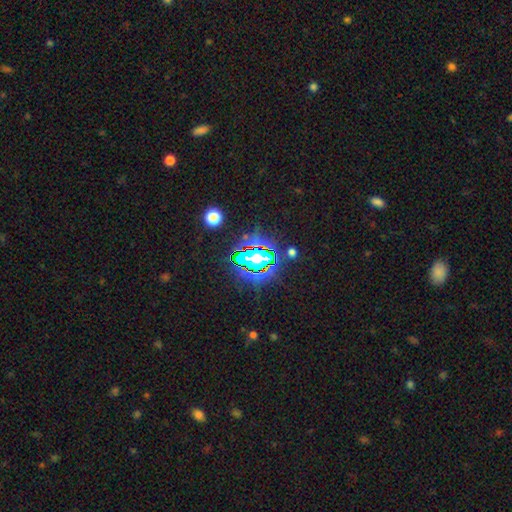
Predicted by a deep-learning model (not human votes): Overall: star or artifact (80%).